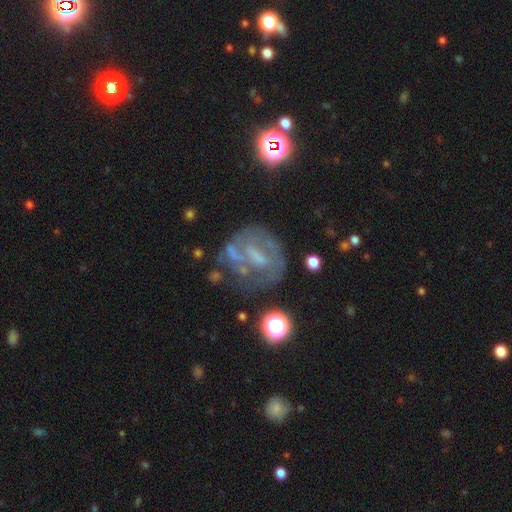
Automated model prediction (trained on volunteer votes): Smooth or featured: featured or disk — 65% (star or artifact — 18%)
Edge-on disk: no — 96% (yes — 4%)
Bar: weak — 39% (no — 37%)
Spiral arms: yes — 54% (no — 46%)
Bulge size: none — 47% (small — 27%)
Merging: none — 54% (major disturbance — 21%)